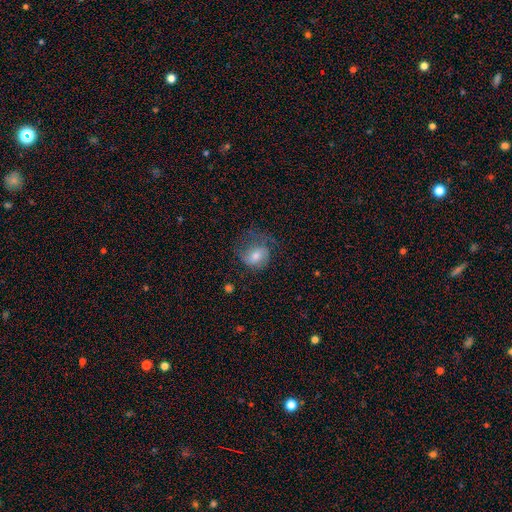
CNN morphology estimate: smooth_or_featured: smooth (p=0.57) [alt: featured or disk p=0.33]
how_rounded: round (p=0.53) [alt: in between p=0.46]
merging: none (p=0.45) [alt: major disturbance p=0.27]